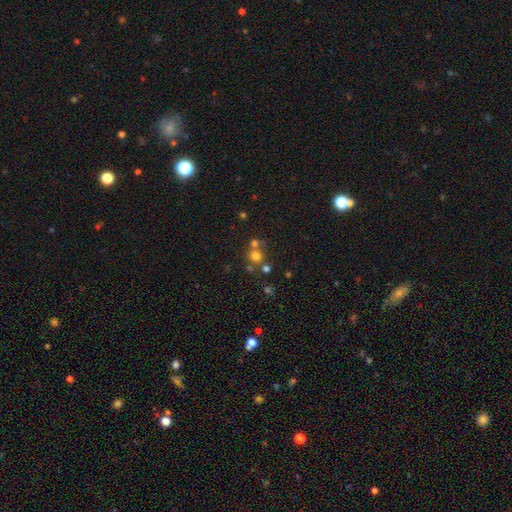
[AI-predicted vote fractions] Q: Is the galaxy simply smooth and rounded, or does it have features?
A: smooth — 69%.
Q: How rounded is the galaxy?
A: round — 88%.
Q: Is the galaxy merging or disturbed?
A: none — 56%.